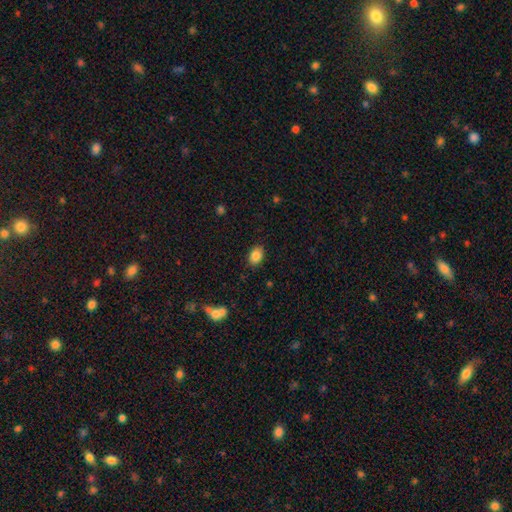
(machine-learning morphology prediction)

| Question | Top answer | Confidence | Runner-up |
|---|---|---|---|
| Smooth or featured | smooth | 85% | star or artifact (9%) |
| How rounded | in between | 78% | round (21%) |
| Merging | none | 86% | minor disturbance (10%) |